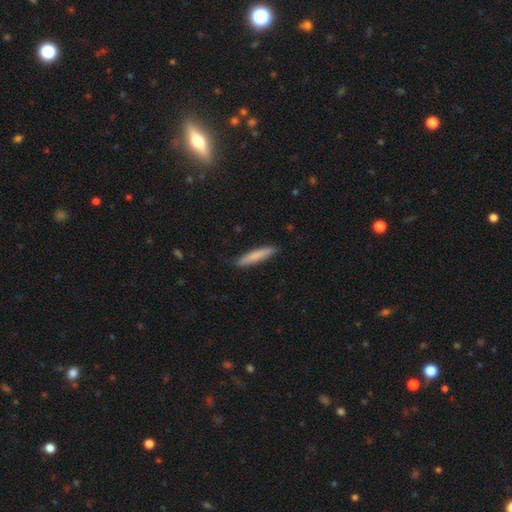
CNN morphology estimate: Smooth or featured?
  - smooth: 80% *
  - featured or disk: 15%
  - star or artifact: 5%
How rounded?
  - cigar-shaped: 93% *
  - in between: 6%
  - round: 1%
Merging?
  - none: 90% *
  - minor disturbance: 8%
  - major disturbance: 1%
  - merger: 1%